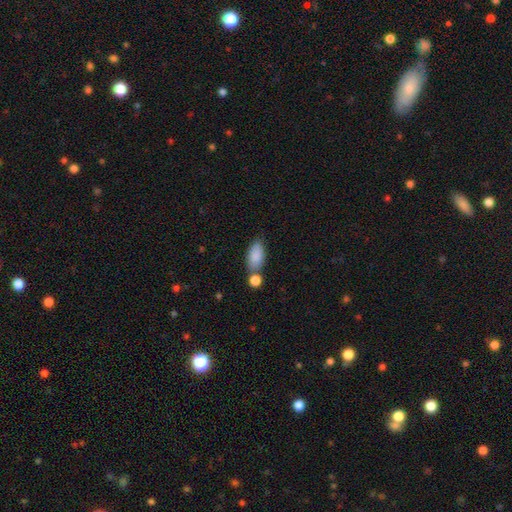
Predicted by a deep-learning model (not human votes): This is clearly a smooth galaxy (87%). How rounded: clearly in between (91%). Merging: possibly none (56%).